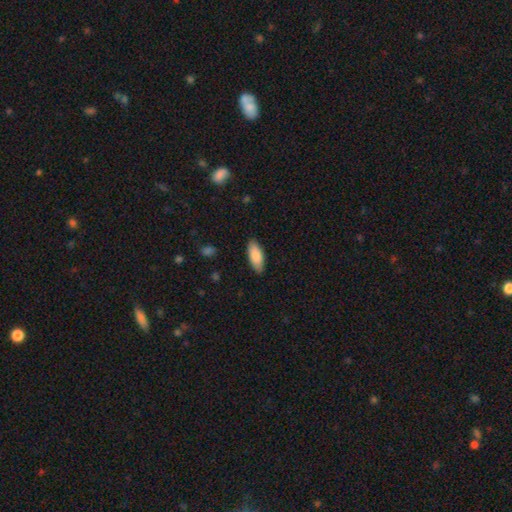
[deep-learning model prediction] A smooth galaxy with no disk features (85%) that is in between round and cigar-shaped (79%). Merging: none (87%).